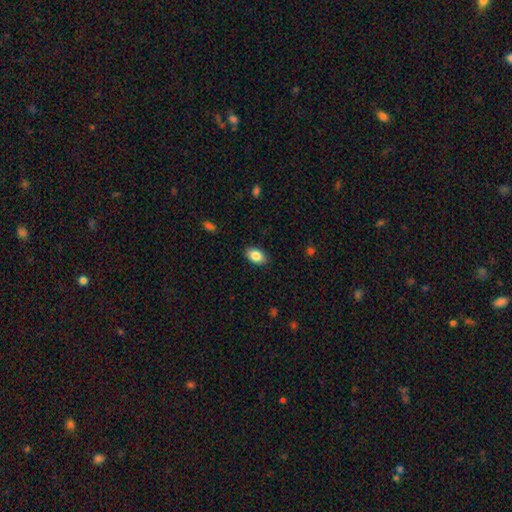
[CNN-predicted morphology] Smooth or featured: smooth — 85% (featured or disk — 8%)
How rounded: in between — 90% (round — 8%)
Merging: none — 87% (minor disturbance — 10%)